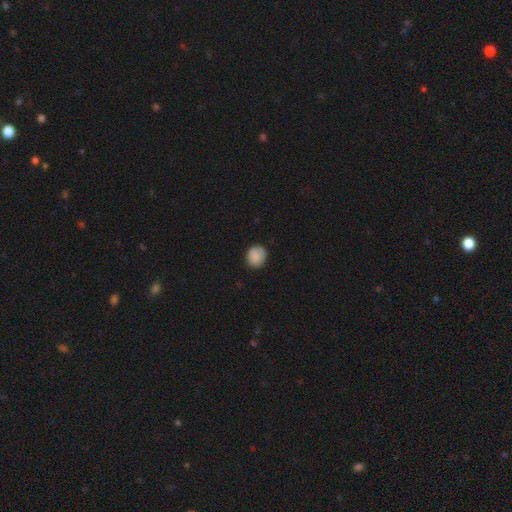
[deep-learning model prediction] A smooth galaxy with no disk features (88%) that is round (78%). Merging: none (85%).